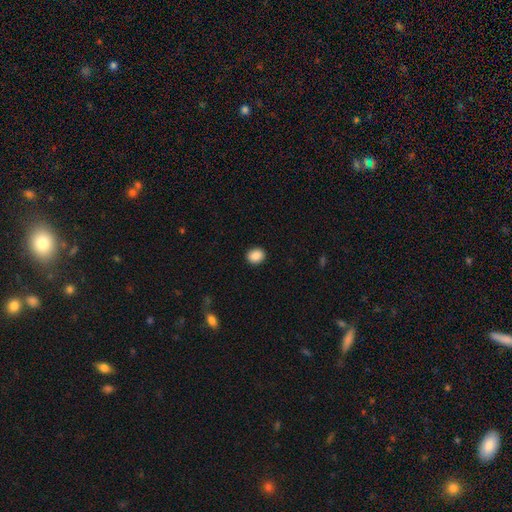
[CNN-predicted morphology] Smooth or featured?
  - smooth: 89% *
  - star or artifact: 8%
  - featured or disk: 3%
How rounded?
  - round: 64% *
  - in between: 35%
  - cigar-shaped: 1%
Merging?
  - none: 91% *
  - minor disturbance: 6%
  - major disturbance: 2%
  - merger: 1%